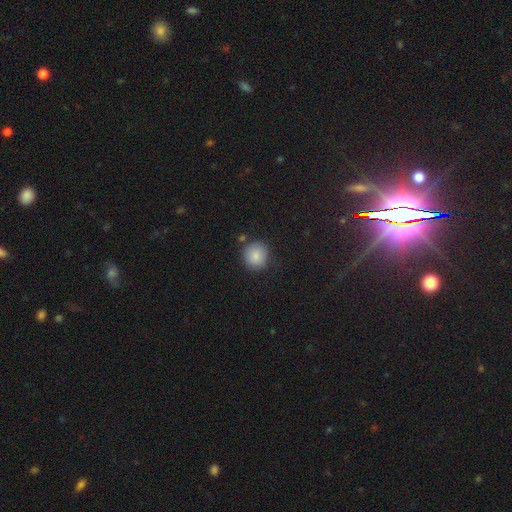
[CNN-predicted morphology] Smooth or featured: smooth — 85% (star or artifact — 9%)
How rounded: round — 91% (in between — 8%)
Merging: none — 80% (minor disturbance — 12%)